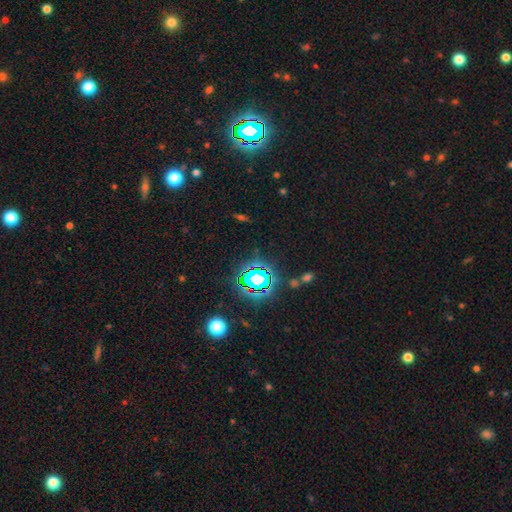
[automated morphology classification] smooth_or_featured: star or artifact (p=0.80) [alt: smooth p=0.12]